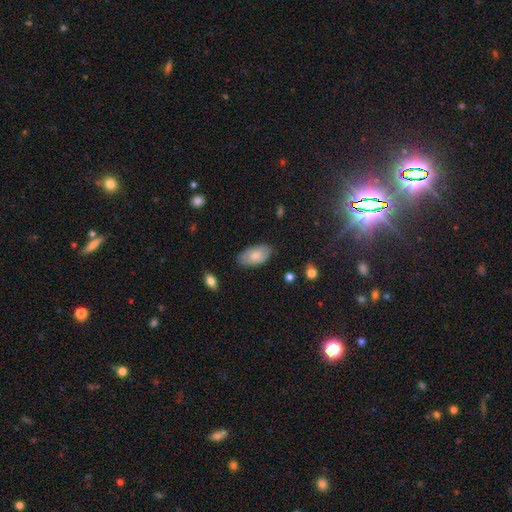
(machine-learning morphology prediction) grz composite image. It shows a smooth galaxy with no disk features (74%) that is in between round and cigar-shaped (94%). Merging: none (78%).